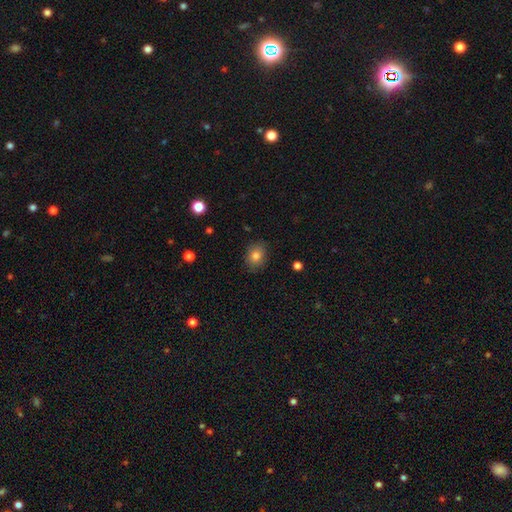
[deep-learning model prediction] Morphology: type=smooth (83%); roundness=in between (53%); merging=none (85%).